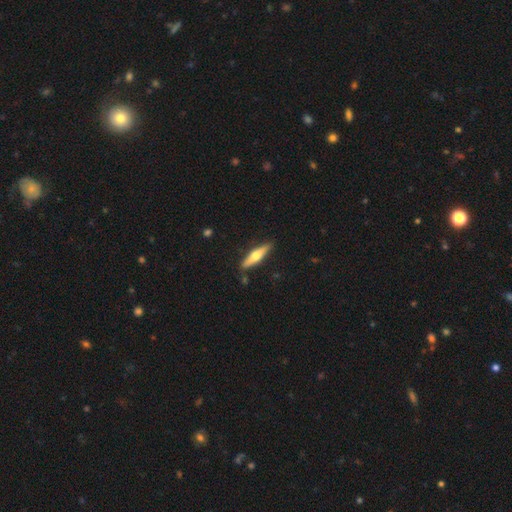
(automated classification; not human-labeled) Smooth or featured? featured or disk (50%)
Merging? none (86%)